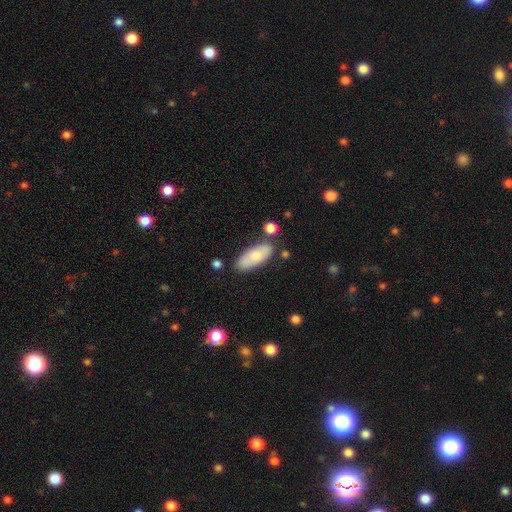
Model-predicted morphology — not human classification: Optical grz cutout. It shows a smooth galaxy with no disk features (69%) that is in between round and cigar-shaped (82%). Merging: none (76%).